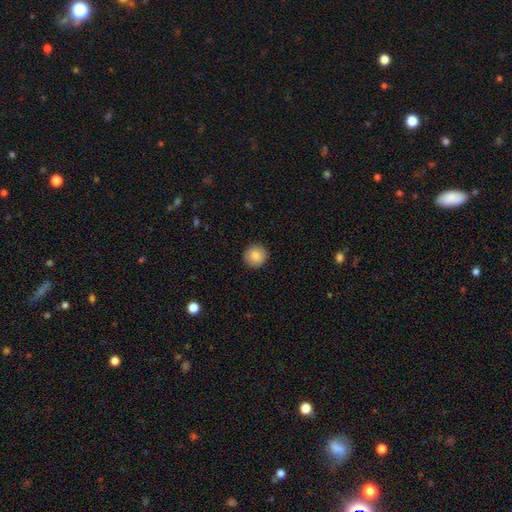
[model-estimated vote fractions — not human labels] Smooth or featured? Predicted: smooth (p=0.85). How rounded? Predicted: round (p=0.94). Merging? Predicted: none (p=0.92).